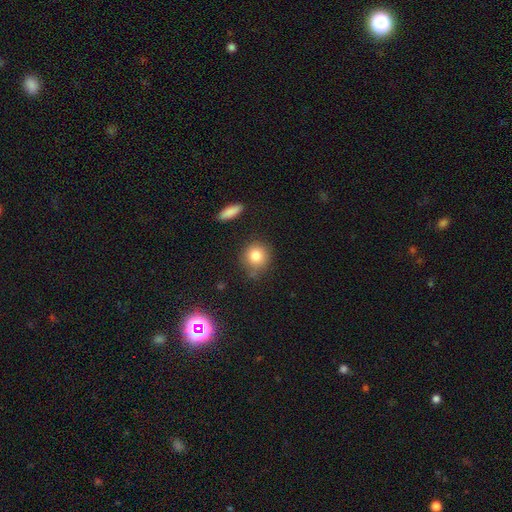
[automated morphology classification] Q: Smooth or featured?
A: smooth (82%); runner-up: star or artifact (10%)
Q: How rounded?
A: round (87%); runner-up: in between (12%)
Q: Merging?
A: none (76%); runner-up: minor disturbance (15%)